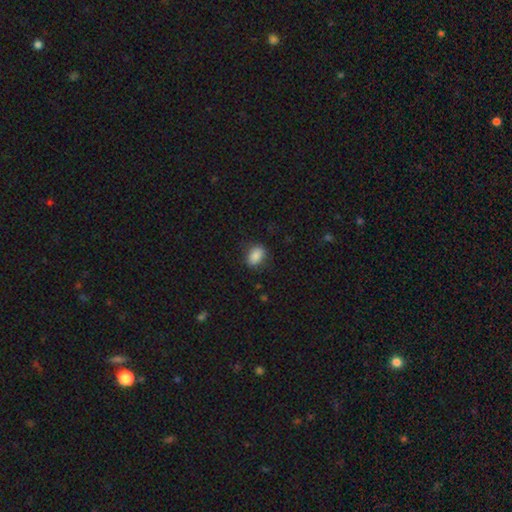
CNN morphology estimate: The model was most divided on "how rounded": in between: 83%, round: 15%, cigar-shaped: 2%. More confident: smooth or featured — smooth (87%); merging — none (81%).